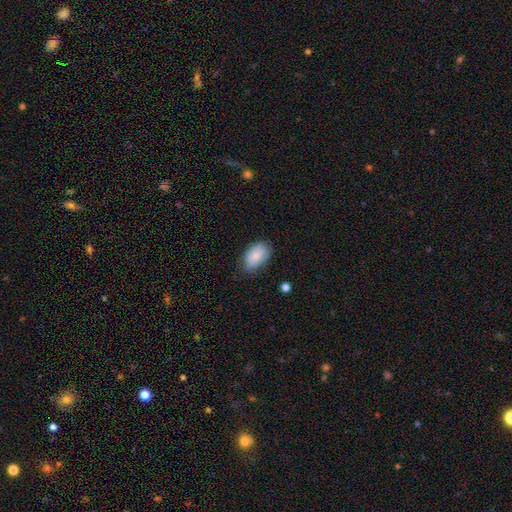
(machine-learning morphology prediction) This is clearly a smooth galaxy (86%). How rounded: clearly in between (93%). Merging: likely none (74%).